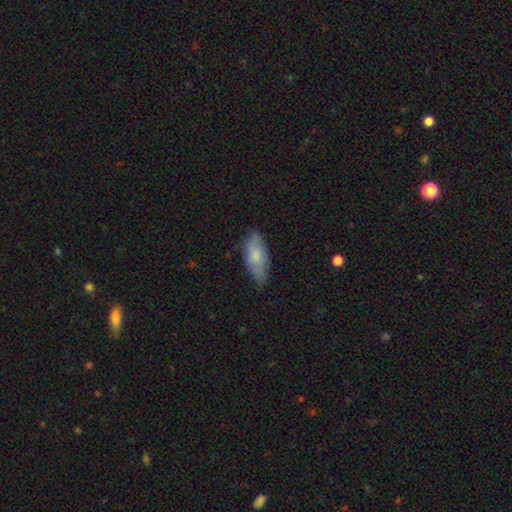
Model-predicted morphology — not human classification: A smooth galaxy with no disk features (74%) that is in between round and cigar-shaped (80%).

Vote fractions:
- Smooth or featured? smooth: 74% / featured or disk: 20% / star or artifact: 6%
- How rounded? in between: 80% / cigar-shaped: 18% / round: 2%
- Merging? none: 74% / minor disturbance: 21% / major disturbance: 4% / merger: 1%